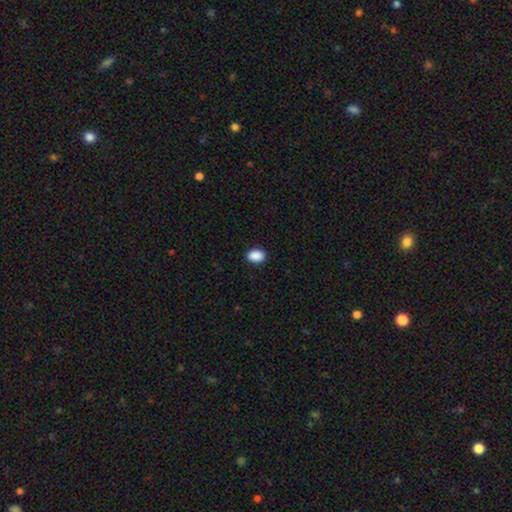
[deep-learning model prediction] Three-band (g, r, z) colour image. It shows a smooth galaxy with no disk features (90%) that is in between round and cigar-shaped (84%). Merging: none (90%).